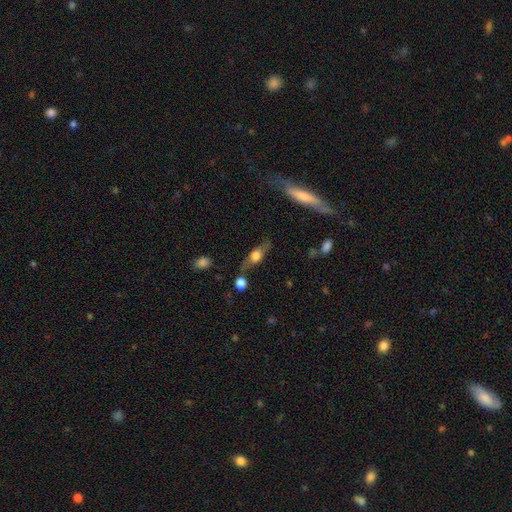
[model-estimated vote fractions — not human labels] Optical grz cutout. It shows a smooth galaxy with no disk features (47%). Merging: none (68%).